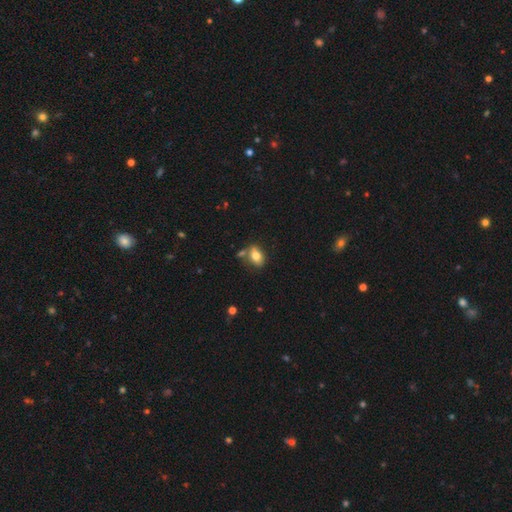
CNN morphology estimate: This is likely a smooth galaxy (76%). How rounded: clearly in between (83%). Merging: likely none (64%).